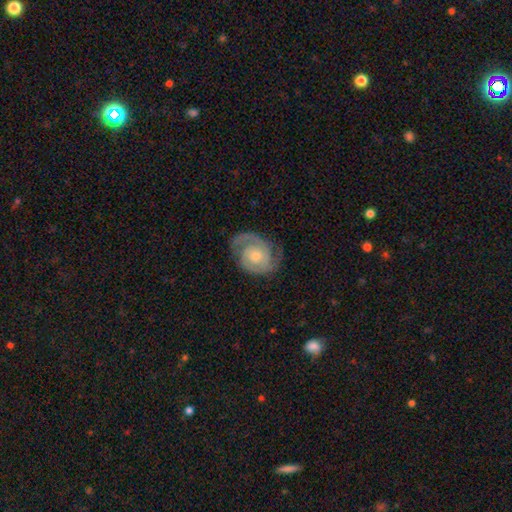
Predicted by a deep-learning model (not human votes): This is clearly a featured or disk galaxy (85%). It is clearly not viewed edge-on (97%). Bar: likely no (72%). Spiral arm pattern: clearly yes (96%). Spiral arm count: likely 2 (78%). Spiral winding: possibly tight (56%). Central bulge: possibly moderate (49%). Merging: likely none (73%).